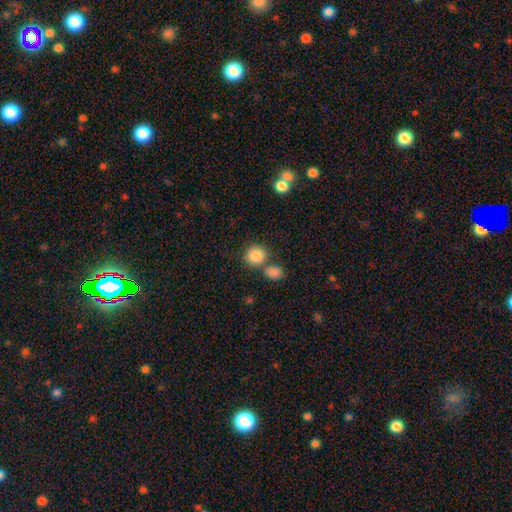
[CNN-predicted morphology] A smooth galaxy with no disk features (86%) that is round (84%). Merging: none (62%).